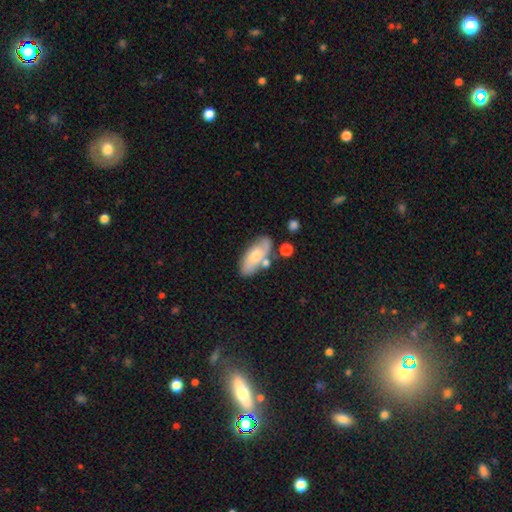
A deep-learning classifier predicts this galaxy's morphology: The model was most divided on "smooth or featured": smooth: 55%, featured or disk: 37%, star or artifact: 7%. More confident: how rounded — in between (84%); merging — none (65%).